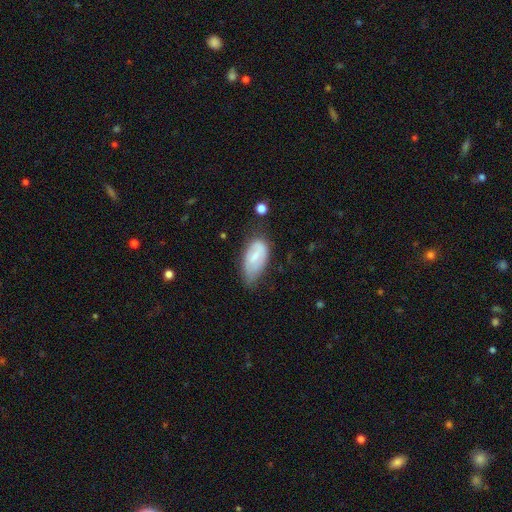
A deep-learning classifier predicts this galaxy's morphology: A smooth galaxy with no disk features (56%) that is in between round and cigar-shaped (90%). Merging: minor disturbance (41%, tied with none).